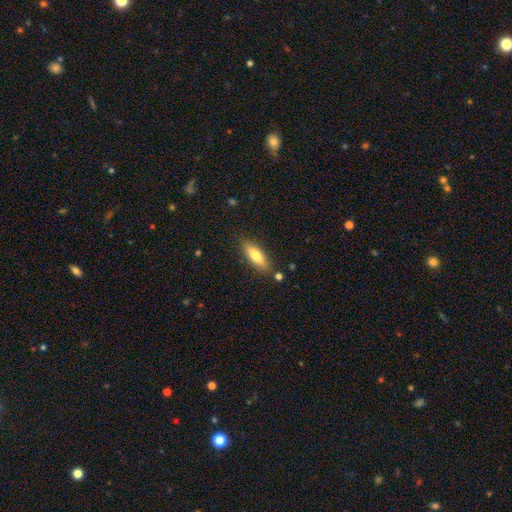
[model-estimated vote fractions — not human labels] A smooth galaxy with no disk features (74%) that is in between round and cigar-shaped (57%). Merging: none (82%).